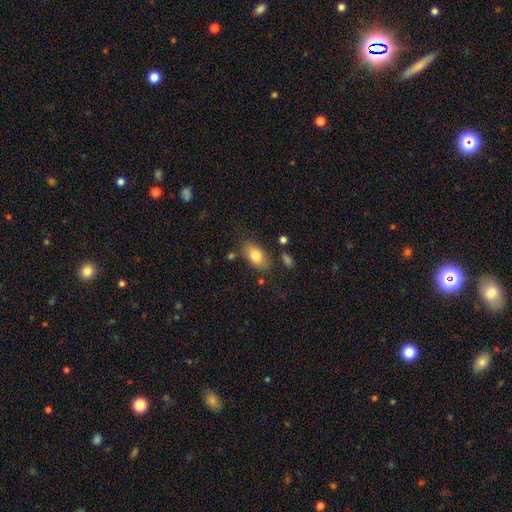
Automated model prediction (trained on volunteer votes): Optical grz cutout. It shows a smooth galaxy with no disk features (79%) that is in between round and cigar-shaped (90%). Merging: none (79%).